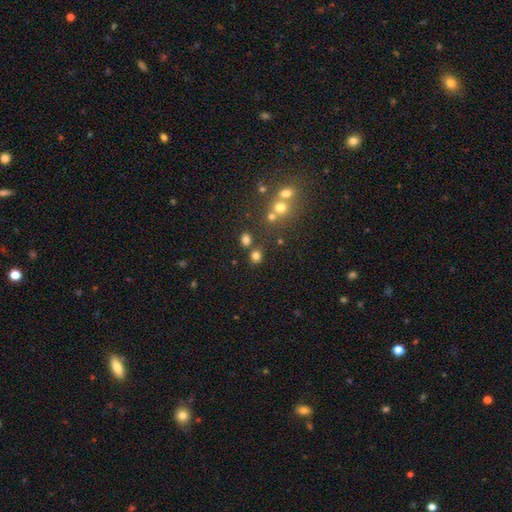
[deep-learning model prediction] Overall: smooth (75%). How rounded: round (79%). Merging: none (73%).